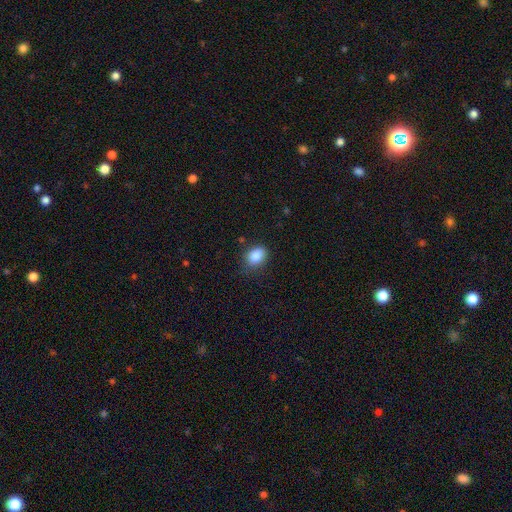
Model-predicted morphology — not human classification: Q: Smooth or featured?
A: smooth (87%); runner-up: star or artifact (9%)
Q: How rounded?
A: in between (76%); runner-up: round (23%)
Q: Merging?
A: none (75%); runner-up: minor disturbance (19%)